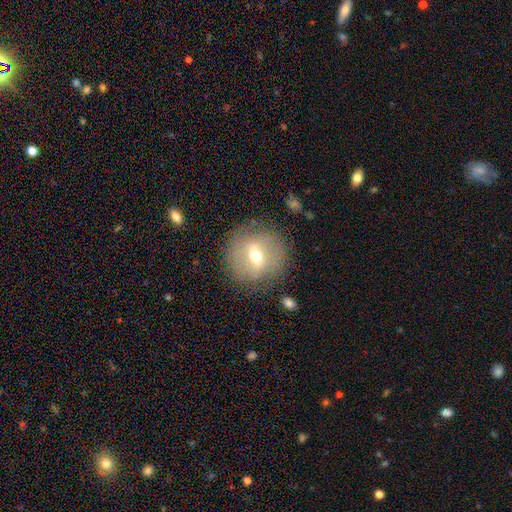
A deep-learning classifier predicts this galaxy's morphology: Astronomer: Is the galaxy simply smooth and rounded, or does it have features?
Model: featured or disk — 53% (runner-up: smooth, 36%).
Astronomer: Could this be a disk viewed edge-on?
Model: no — 87%.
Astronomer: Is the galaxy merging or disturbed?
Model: none — 84%.